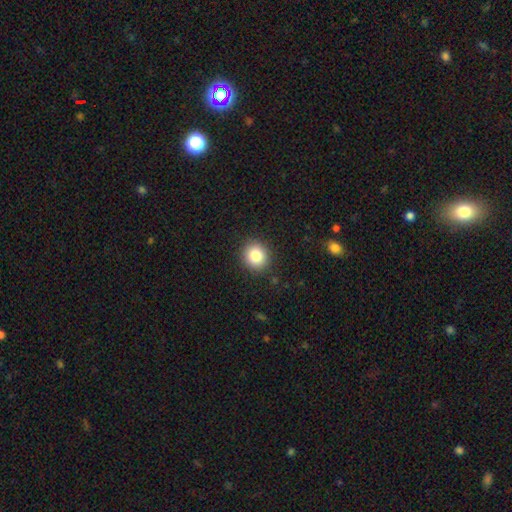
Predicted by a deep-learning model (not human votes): The model was most divided on "how rounded": round: 83%, in between: 16%, cigar-shaped: 1%. More confident: merging — none (90%); smooth or featured — smooth (83%).